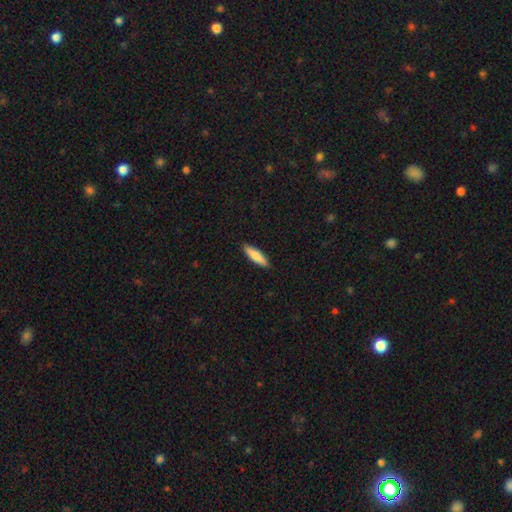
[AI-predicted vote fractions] Smooth or featured?
  - smooth: 79% *
  - featured or disk: 16%
  - star or artifact: 5%
How rounded?
  - cigar-shaped: 70% *
  - in between: 29%
  - round: 1%
Merging?
  - none: 90% *
  - minor disturbance: 8%
  - major disturbance: 2%
  - merger: 1%